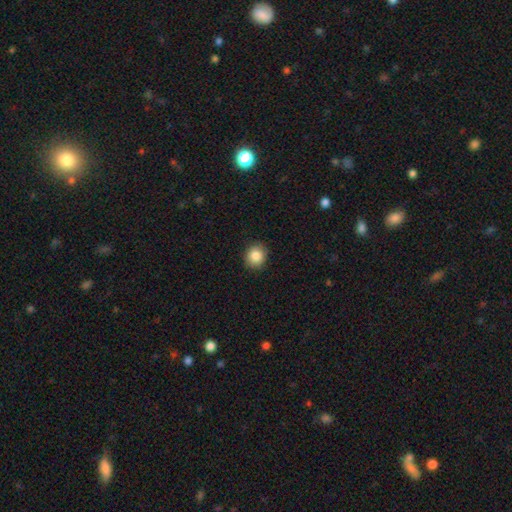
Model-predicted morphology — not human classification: Smooth or featured? Predicted: smooth (p=0.85). How rounded? Predicted: round (p=0.79). Merging? Predicted: none (p=0.90).